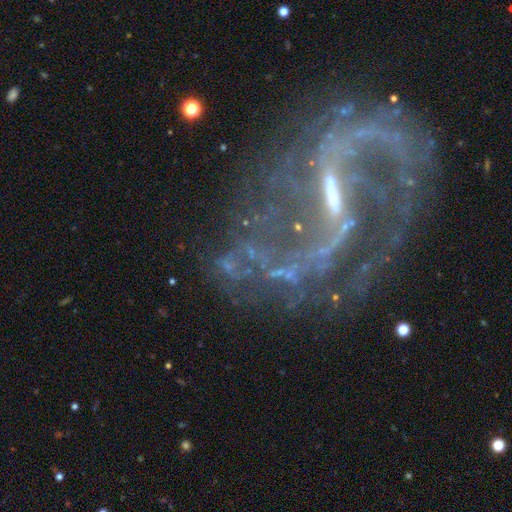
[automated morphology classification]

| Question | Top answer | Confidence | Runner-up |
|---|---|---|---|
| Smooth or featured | featured or disk | 90% | star or artifact (7%) |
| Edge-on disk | no | 98% | yes (2%) |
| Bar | weak | 51% | strong (36%) |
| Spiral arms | yes | 96% | no (4%) |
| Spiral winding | loose | 56% | medium (34%) |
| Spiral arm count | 2 | 84% | can't tell (5%) |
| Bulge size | small | 63% | moderate (19%) |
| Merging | none | 61% | major disturbance (18%) |